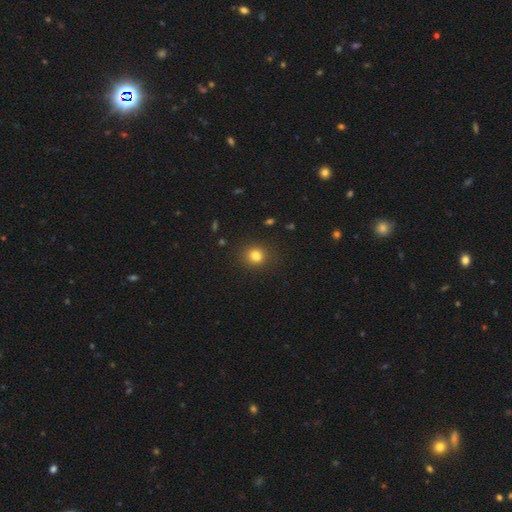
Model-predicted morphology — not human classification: The model was most divided on "how rounded": round: 78%, in between: 21%, cigar-shaped: 1%. More confident: merging — none (85%); smooth or featured — smooth (80%).